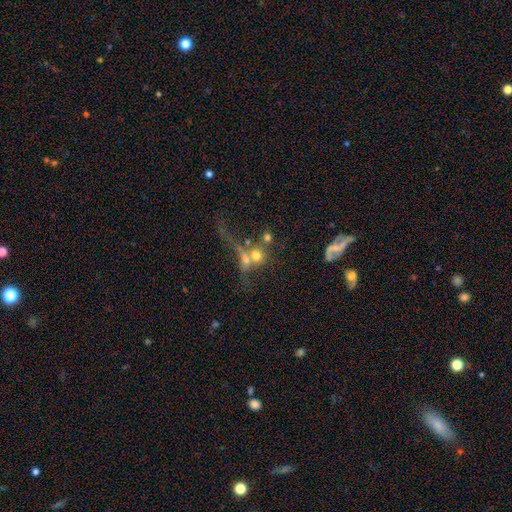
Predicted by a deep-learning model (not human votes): This appears to be a smooth galaxy with no disk features (57%) that is round (70%). Merging: merger (52%).